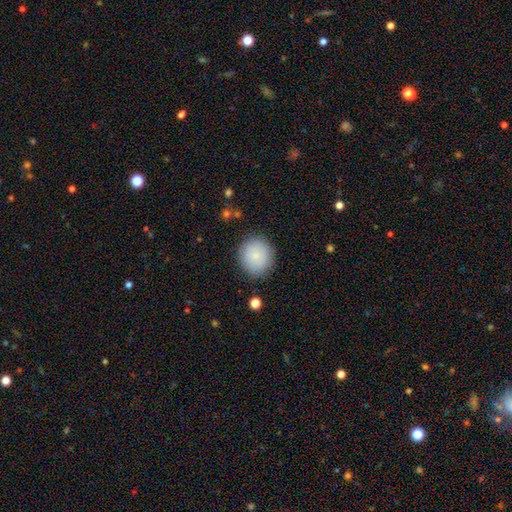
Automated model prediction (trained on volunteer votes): This is clearly a smooth galaxy (83%). How rounded: clearly round (86%). Merging: clearly none (85%).